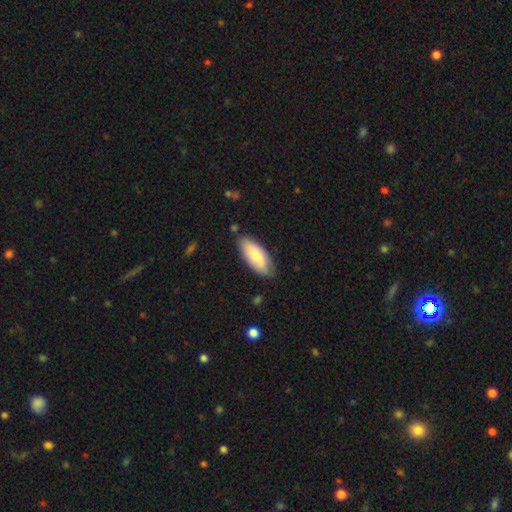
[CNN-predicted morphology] The model was most divided on "how rounded": in between: 80%, cigar-shaped: 19%, round: 2%. More confident: merging — none (80%); smooth or featured — smooth (79%).